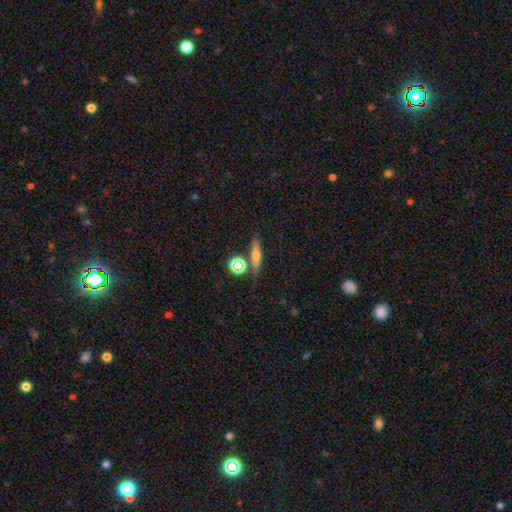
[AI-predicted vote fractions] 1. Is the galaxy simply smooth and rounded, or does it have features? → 55% smooth, 30% featured or disk, 15% star or artifact.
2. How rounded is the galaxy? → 69% cigar-shaped, 21% in between, 9% round.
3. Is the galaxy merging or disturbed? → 74% none, 12% minor disturbance, 9% merger, 4% major disturbance.